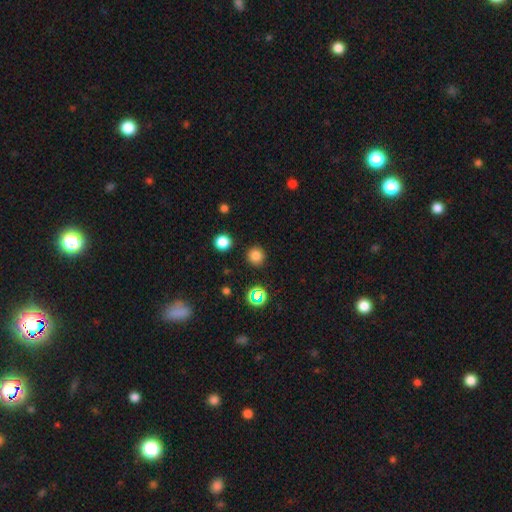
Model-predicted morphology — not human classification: The model was most divided on "smooth or featured": smooth: 79%, star or artifact: 17%, featured or disk: 5%. More confident: how rounded — round (93%); merging — none (90%).